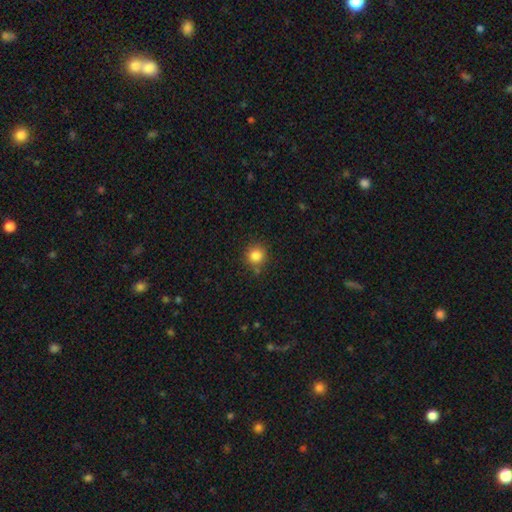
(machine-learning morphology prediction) A smooth galaxy with no disk features (83%) that is round (92%). Merging: none (81%).